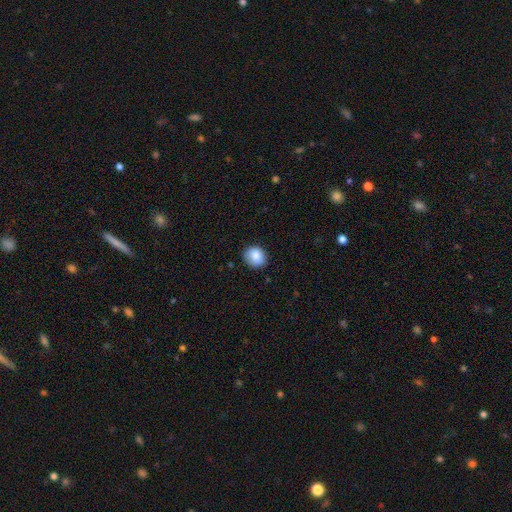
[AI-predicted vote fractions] A smooth galaxy with no disk features (86%) that is round (69%). Merging: none (84%).